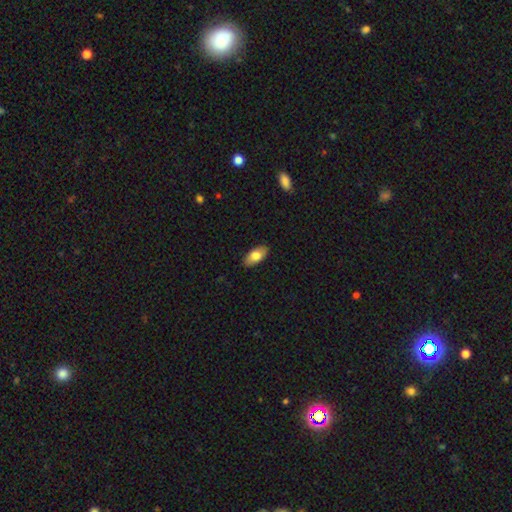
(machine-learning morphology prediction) smooth 80%, featured or disk 14%, star or artifact 6%. Down the decision tree: how rounded — in between (91%); merging — none (88%).